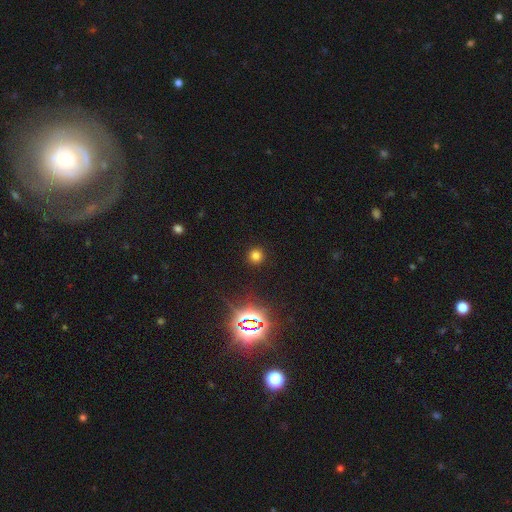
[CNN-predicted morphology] This is likely a smooth galaxy (70%). How rounded: clearly round (95%). Merging: clearly none (91%).